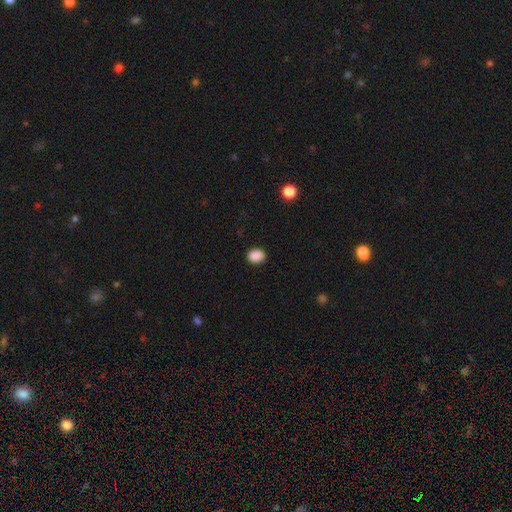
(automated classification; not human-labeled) This is clearly a smooth galaxy (89%). How rounded: possibly round (50%). Merging: clearly none (88%).